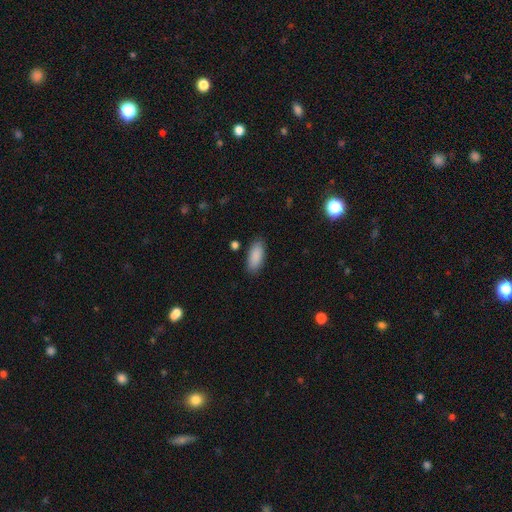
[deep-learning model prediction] smooth_or_featured: smooth (p=0.89) [alt: star or artifact p=0.06]
how_rounded: in between (p=0.84) [alt: cigar-shaped p=0.14]
merging: none (p=0.86) [alt: minor disturbance p=0.10]